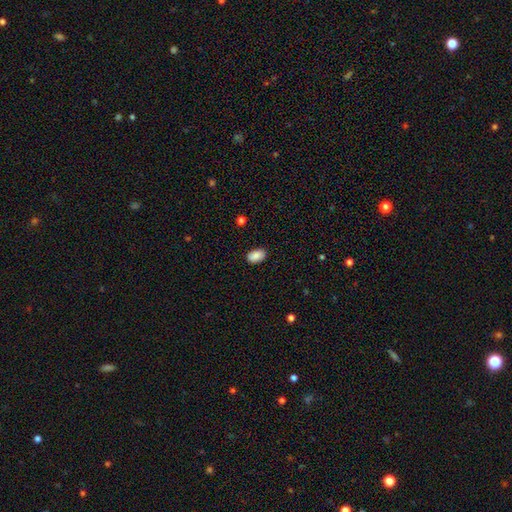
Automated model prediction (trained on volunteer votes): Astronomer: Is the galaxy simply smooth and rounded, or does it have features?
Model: smooth — 89%.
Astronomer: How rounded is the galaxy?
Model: in between — 91%.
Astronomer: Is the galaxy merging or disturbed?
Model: none — 88%.